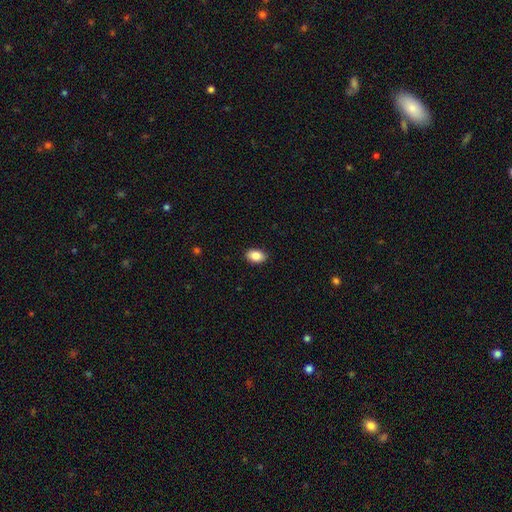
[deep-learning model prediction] smooth_or_featured: smooth (p=0.86) [alt: star or artifact p=0.08]
how_rounded: in between (p=0.88) [alt: round p=0.11]
merging: none (p=0.89) [alt: minor disturbance p=0.08]